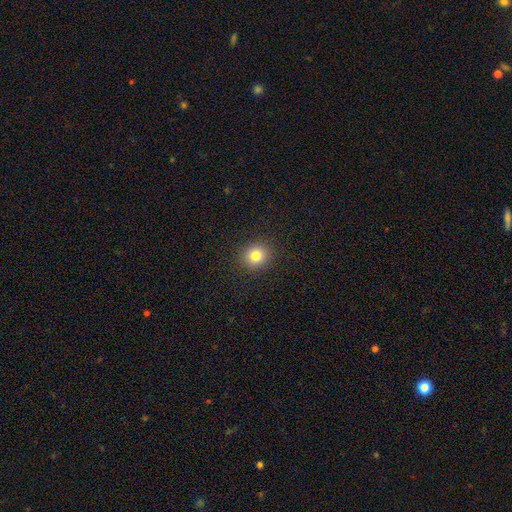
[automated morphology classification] Smooth or featured? Predicted: smooth (p=0.81). How rounded? Predicted: round (p=0.83). Merging? Predicted: none (p=0.91).